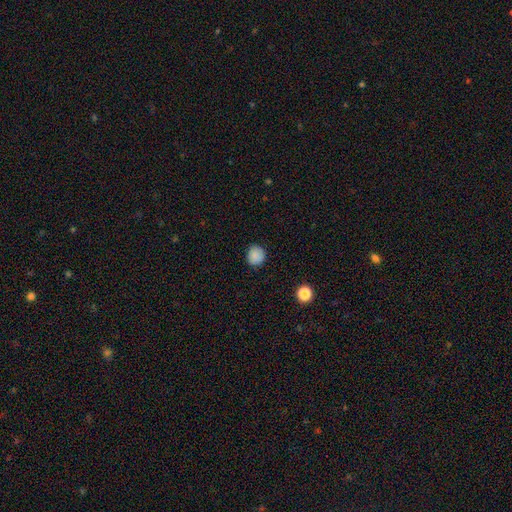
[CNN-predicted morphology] Smooth or featured? smooth (87%)
How rounded? round (87%)
Merging? none (86%)